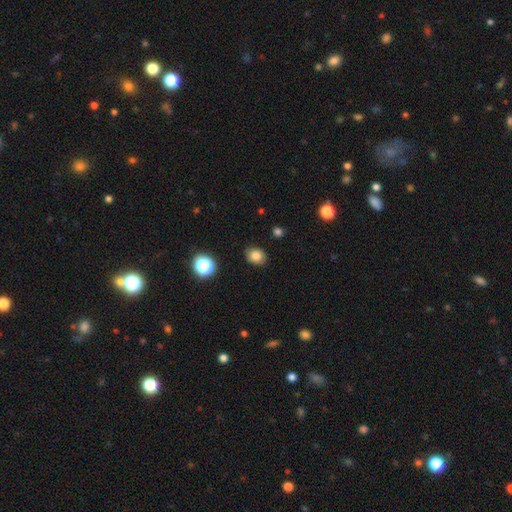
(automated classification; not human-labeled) Overall: smooth (82%). How rounded: in between (55%; round 44%). Merging: none (87%).